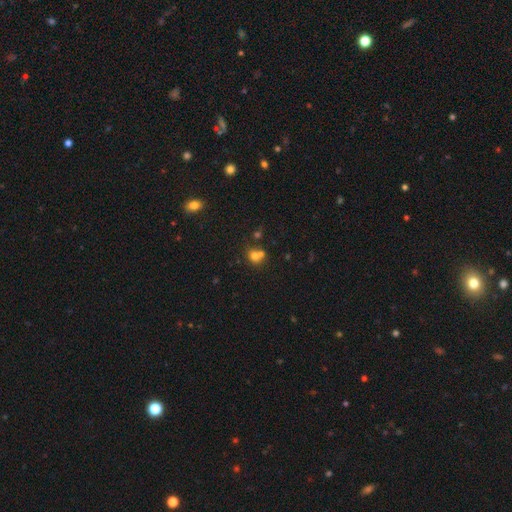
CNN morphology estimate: Smooth or featured?
  - smooth: 69% *
  - star or artifact: 16%
  - featured or disk: 15%
How rounded?
  - round: 75% *
  - in between: 24%
  - cigar-shaped: 1%
Merging?
  - merger: 49% *
  - none: 39%
  - minor disturbance: 8%
  - major disturbance: 4%